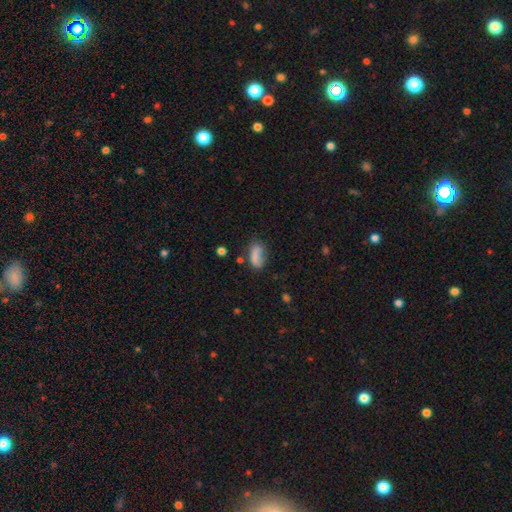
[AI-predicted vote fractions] smooth-or-featured: smooth: 75% | featured or disk: 15% | star or artifact: 10%
  how-rounded: in between: 85% | cigar-shaped: 9% | round: 6%
  merging: none: 49% | minor disturbance: 28% | major disturbance: 16% | merger: 7%